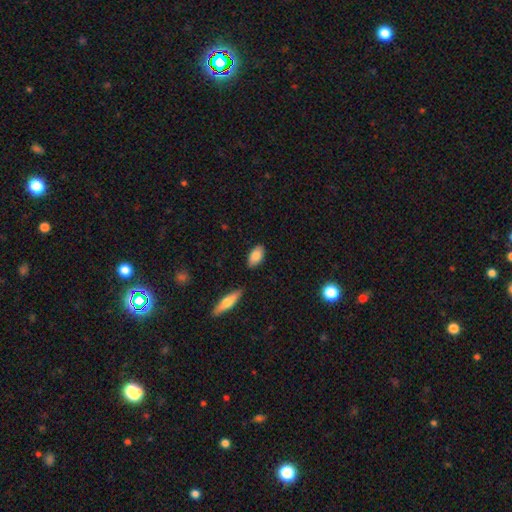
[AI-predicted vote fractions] Q: Smooth or featured?
A: smooth (82%); runner-up: featured or disk (11%)
Q: How rounded?
A: in between (91%); runner-up: cigar-shaped (6%)
Q: Merging?
A: none (84%); runner-up: minor disturbance (11%)